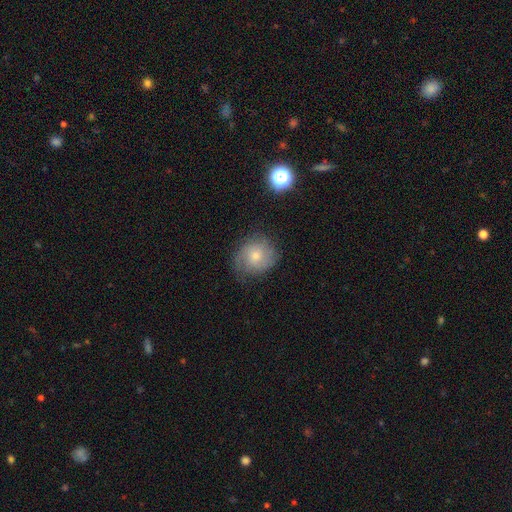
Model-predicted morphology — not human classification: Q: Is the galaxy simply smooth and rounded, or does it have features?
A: smooth — 49%.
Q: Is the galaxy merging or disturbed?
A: none — 68%.